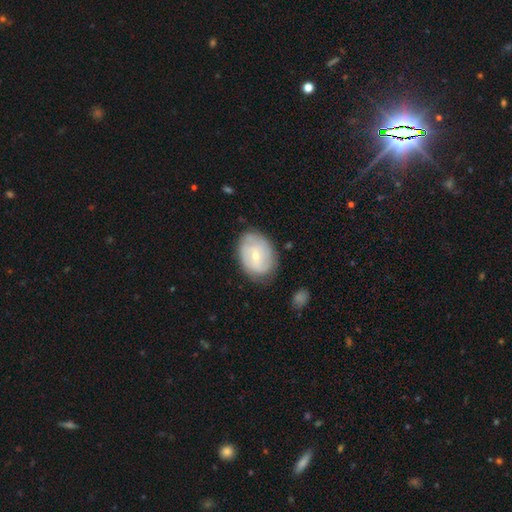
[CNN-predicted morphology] Smooth or featured: featured or disk — 53% (smooth — 40%)
Edge-on disk: no — 96% (yes — 4%)
Bar: no — 51% (weak — 41%)
Spiral arms: yes — 71% (no — 29%)
Bulge size: small — 59% (moderate — 37%)
Merging: none — 74% (minor disturbance — 19%)